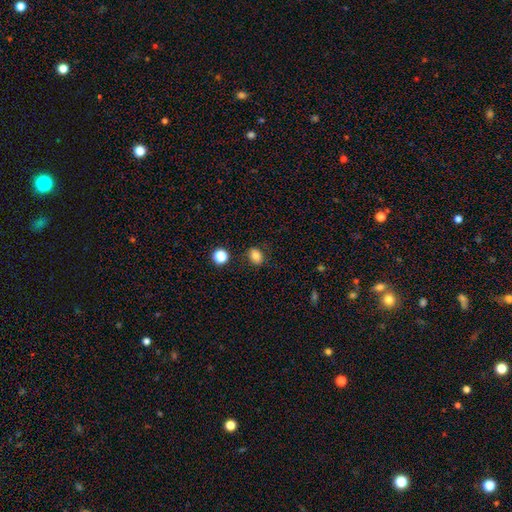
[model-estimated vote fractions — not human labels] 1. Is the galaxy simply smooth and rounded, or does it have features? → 81% smooth, 11% star or artifact, 8% featured or disk.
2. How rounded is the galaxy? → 64% in between, 35% round, 1% cigar-shaped.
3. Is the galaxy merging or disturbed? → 80% none, 13% minor disturbance, 4% major disturbance, 3% merger.